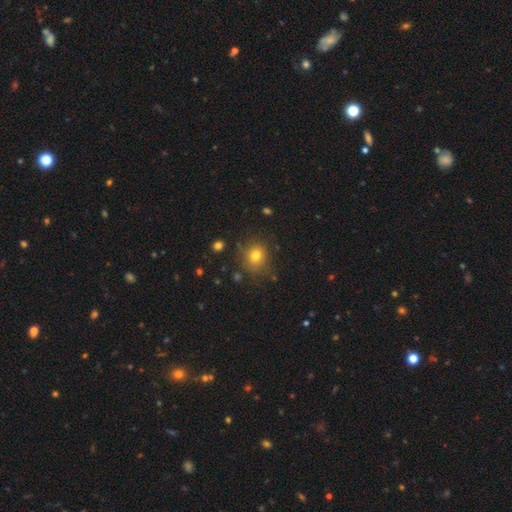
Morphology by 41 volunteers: Q: Smooth or featured?
A: smooth (83%); runner-up: star or artifact (10%)
Q: How rounded?
A: round (79%); runner-up: in between (21%)
Q: Merging?
A: none (68%); runner-up: minor disturbance (24%)